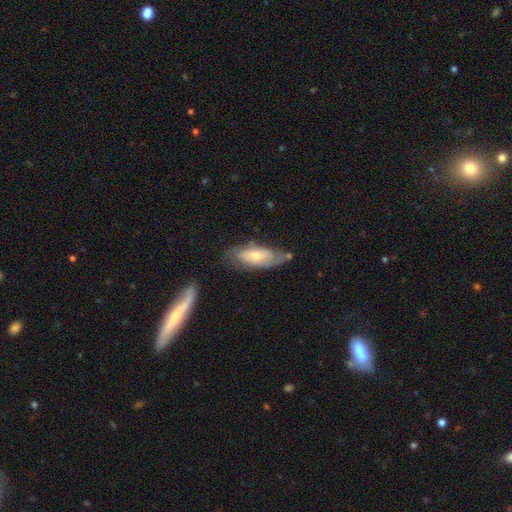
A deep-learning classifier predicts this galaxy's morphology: Q: Smooth or featured?
A: featured or disk (52%); runner-up: smooth (42%)
Q: Edge-on disk?
A: no (82%); runner-up: yes (18%)
Q: Merging?
A: none (62%); runner-up: minor disturbance (24%)